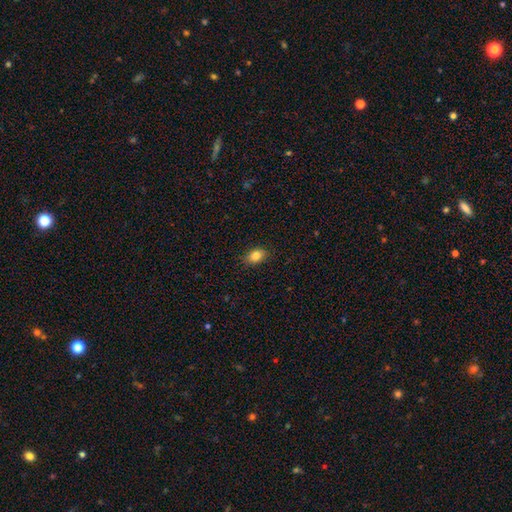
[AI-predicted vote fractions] A smooth galaxy with no disk features (85%) that is in between round and cigar-shaped (78%).

Vote fractions:
- Smooth or featured? smooth: 85% / star or artifact: 9% / featured or disk: 6%
- How rounded? in between: 78% / round: 20% / cigar-shaped: 2%
- Merging? none: 85% / minor disturbance: 12% / major disturbance: 2% / merger: 1%